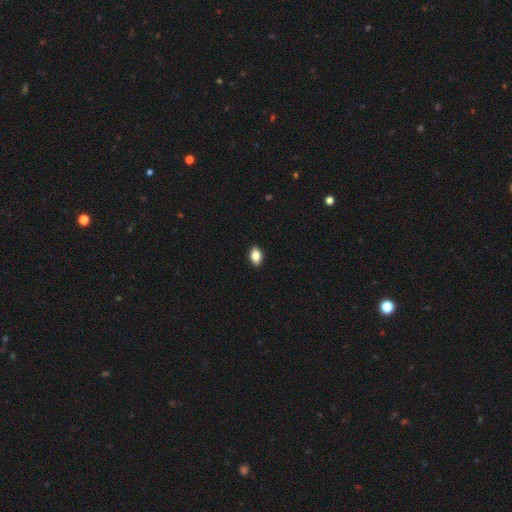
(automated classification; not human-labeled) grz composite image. It shows a smooth galaxy with no disk features (79%) that is in between round and cigar-shaped (88%). Merging: none (90%).